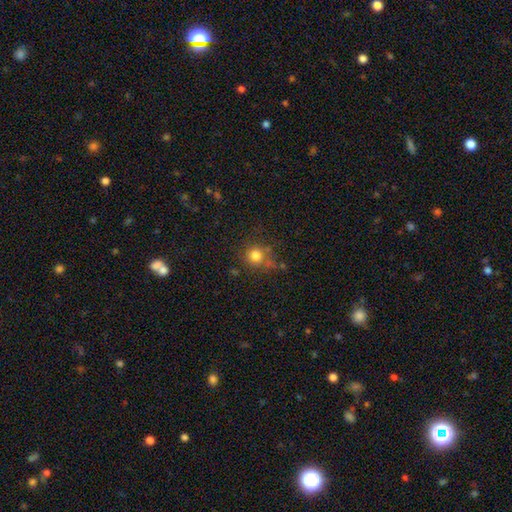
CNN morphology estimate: smooth_or_featured: smooth (p=0.79) [alt: star or artifact p=0.14]
how_rounded: round (p=0.91) [alt: in between p=0.08]
merging: none (p=0.70) [alt: minor disturbance p=0.16]